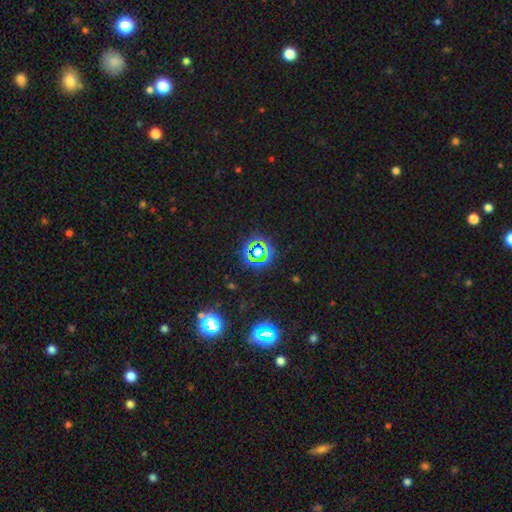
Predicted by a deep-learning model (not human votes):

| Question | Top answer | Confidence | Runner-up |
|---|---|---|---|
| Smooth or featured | star or artifact | 66% | smooth (22%) |